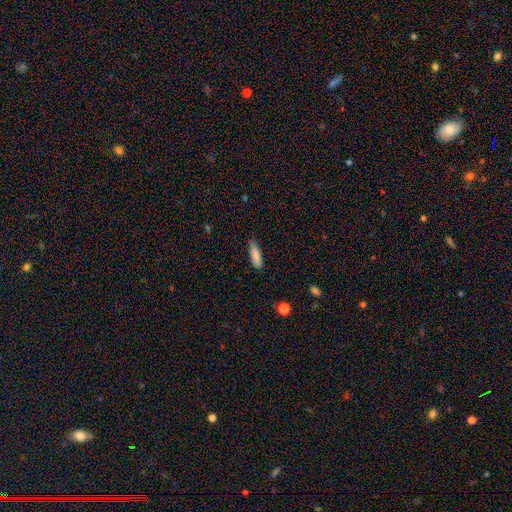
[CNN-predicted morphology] Q: Smooth or featured?
A: smooth (84%); runner-up: featured or disk (9%)
Q: How rounded?
A: cigar-shaped (57%); runner-up: in between (41%)
Q: Merging?
A: none (68%); runner-up: minor disturbance (26%)